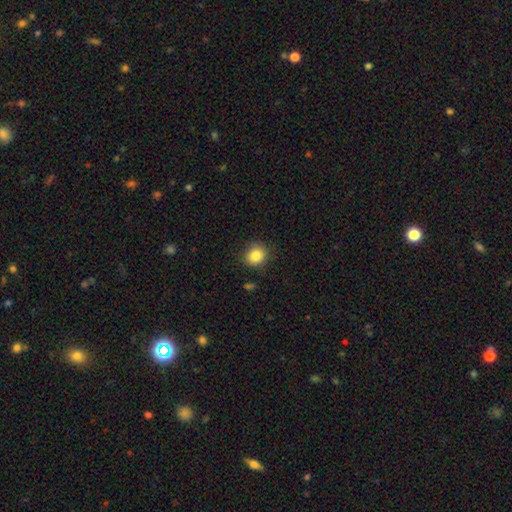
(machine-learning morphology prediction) Smooth or featured?
  - smooth: 85% *
  - star or artifact: 10%
  - featured or disk: 5%
How rounded?
  - round: 76% *
  - in between: 23%
  - cigar-shaped: 1%
Merging?
  - none: 83% *
  - minor disturbance: 12%
  - major disturbance: 3%
  - merger: 2%